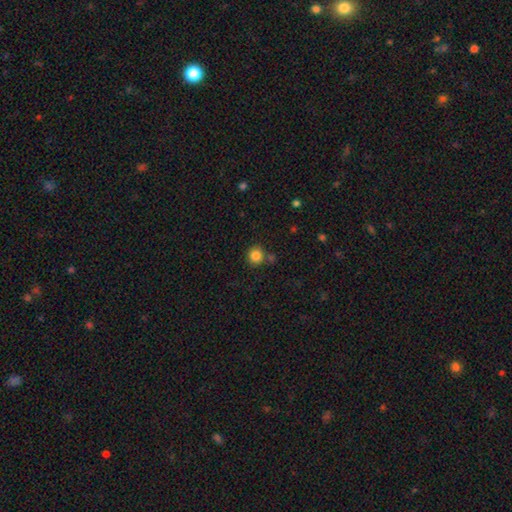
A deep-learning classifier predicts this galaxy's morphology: smooth_or_featured: smooth (p=0.85) [alt: star or artifact p=0.11]
how_rounded: round (p=0.92) [alt: in between p=0.07]
merging: none (p=0.78) [alt: merger p=0.10]